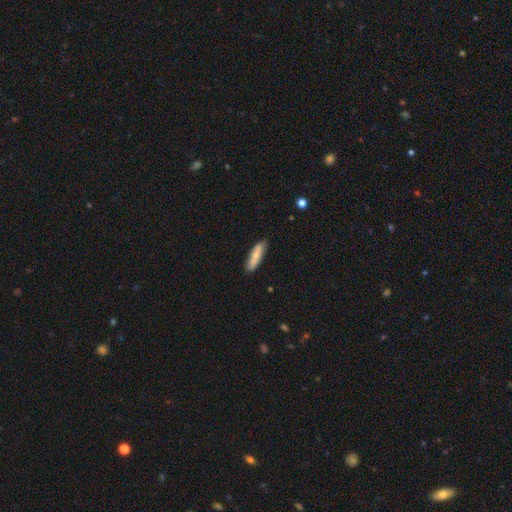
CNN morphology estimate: Overall: smooth (64%; featured or disk 30%). How rounded: cigar-shaped (61%; in between 37%). Merging: none (81%).